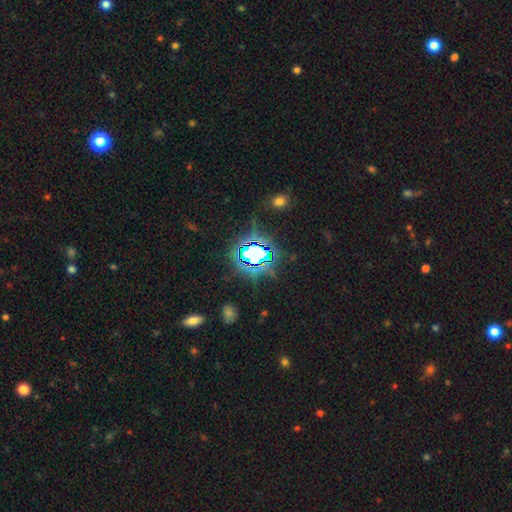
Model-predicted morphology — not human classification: Smooth or featured? Predicted: star or artifact (p=0.76).